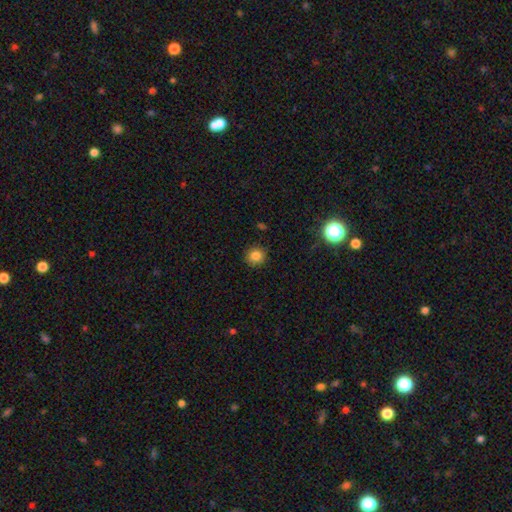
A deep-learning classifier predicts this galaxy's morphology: Overall: smooth (83%). How rounded: round (91%). Merging: none (89%).